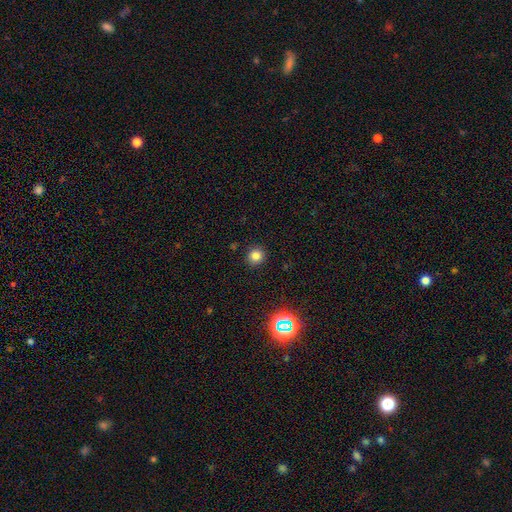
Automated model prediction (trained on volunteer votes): Smooth or featured? Predicted: smooth (p=0.79). How rounded? Predicted: round (p=0.91). Merging? Predicted: none (p=0.91).